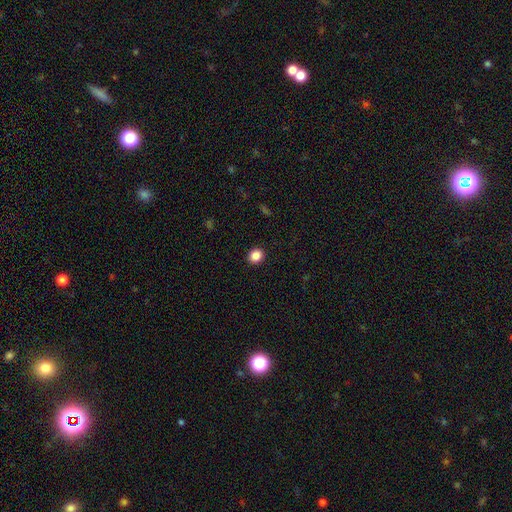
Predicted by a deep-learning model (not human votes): Smooth or featured: smooth — 87% (star or artifact — 10%)
How rounded: round — 66% (in between — 33%)
Merging: none — 92% (minor disturbance — 5%)